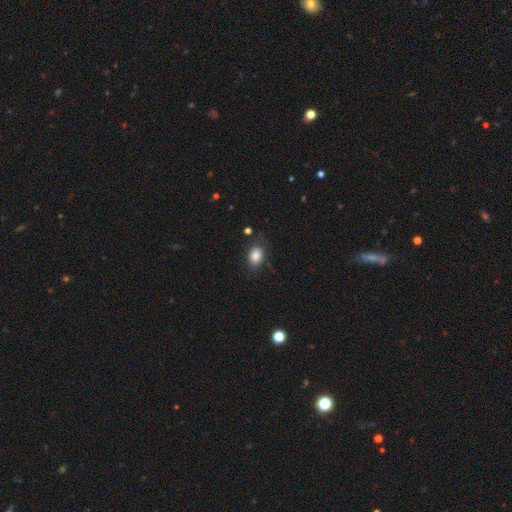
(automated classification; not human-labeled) Smooth or featured?
  - smooth: 84% *
  - star or artifact: 9%
  - featured or disk: 7%
How rounded?
  - in between: 68% *
  - round: 31%
  - cigar-shaped: 1%
Merging?
  - none: 73% *
  - minor disturbance: 19%
  - major disturbance: 7%
  - merger: 2%